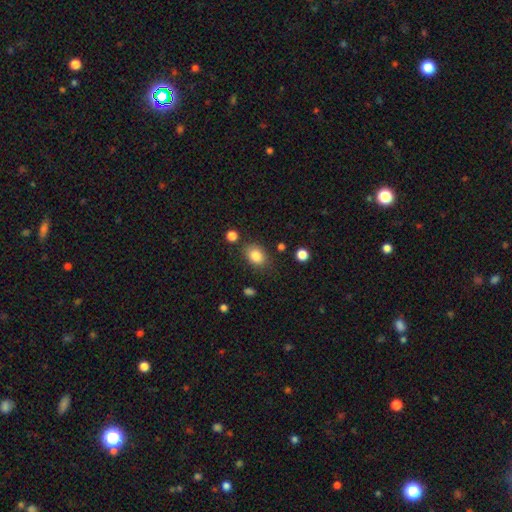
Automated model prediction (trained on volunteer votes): A smooth galaxy with no disk features (84%) that is in between round and cigar-shaped (71%). Merging: none (78%).